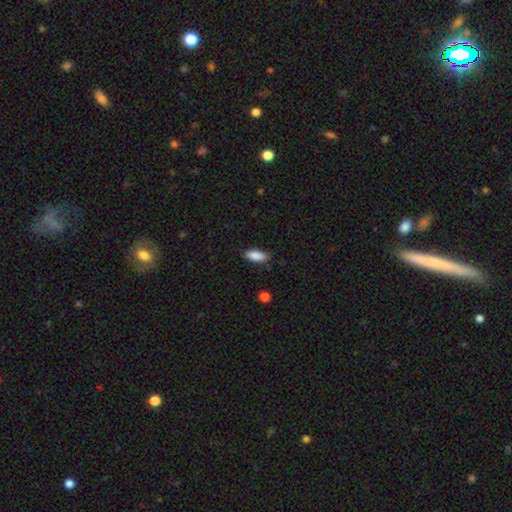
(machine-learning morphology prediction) This is clearly a smooth galaxy (89%). How rounded: clearly in between (84%). Merging: clearly none (82%).